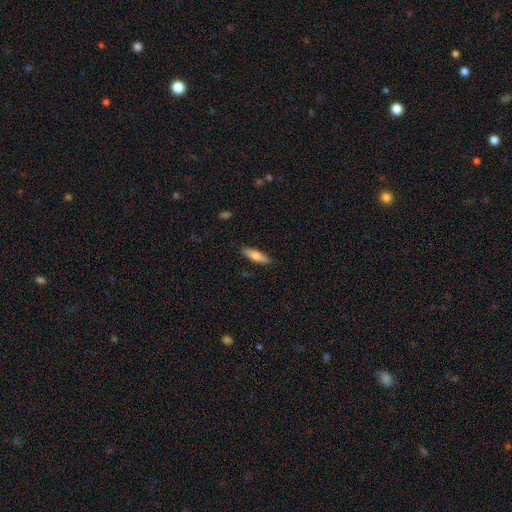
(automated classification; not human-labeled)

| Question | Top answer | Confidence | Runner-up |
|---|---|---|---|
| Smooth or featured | smooth | 66% | featured or disk (28%) |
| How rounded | cigar-shaped | 64% | in between (34%) |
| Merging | none | 87% | minor disturbance (10%) |